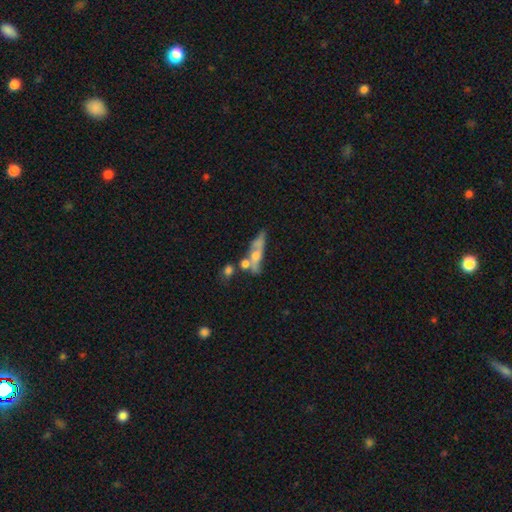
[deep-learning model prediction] The model was most divided on "merging": none: 34%, merger: 33%, minor disturbance: 19%, major disturbance: 15%. Remaining: smooth or featured — featured or disk (49%).